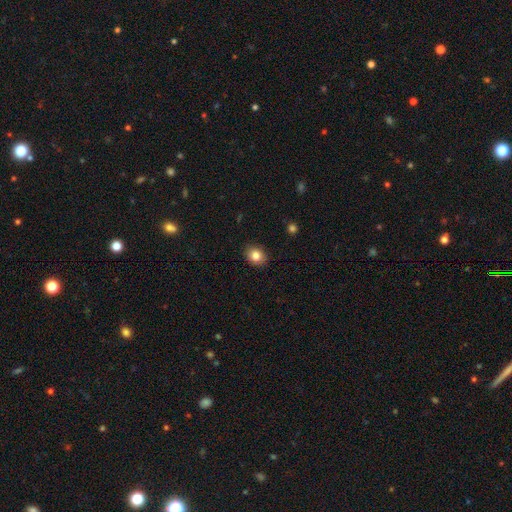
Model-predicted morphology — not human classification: Smooth or featured?
  - smooth: 83% *
  - star or artifact: 10%
  - featured or disk: 7%
How rounded?
  - round: 54% *
  - in between: 45%
  - cigar-shaped: 1%
Merging?
  - none: 89% *
  - minor disturbance: 8%
  - major disturbance: 2%
  - merger: 1%